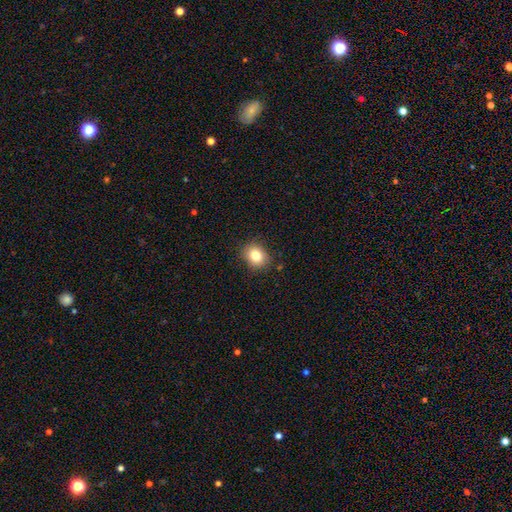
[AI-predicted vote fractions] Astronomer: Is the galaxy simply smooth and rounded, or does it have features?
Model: smooth — 81%.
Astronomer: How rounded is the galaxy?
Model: round — 63%.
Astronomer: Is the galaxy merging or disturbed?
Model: none — 86%.